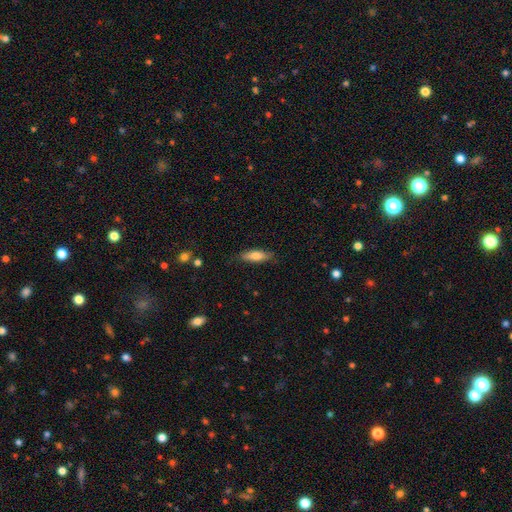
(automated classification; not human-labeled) smooth-or-featured: smooth: 71% | featured or disk: 23% | star or artifact: 6%
  how-rounded: cigar-shaped: 51% | in between: 47% | round: 2%
  merging: none: 80% | minor disturbance: 15% | major disturbance: 3% | merger: 1%